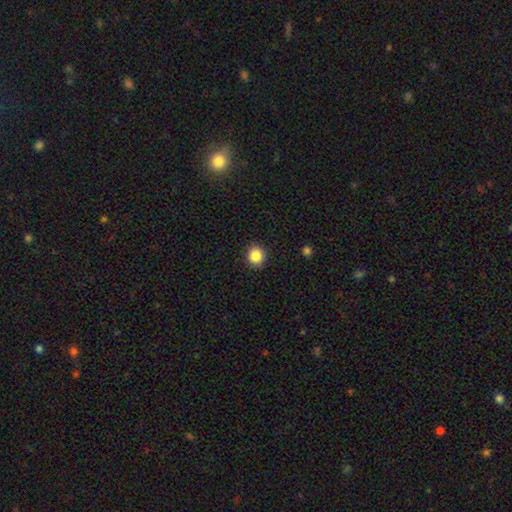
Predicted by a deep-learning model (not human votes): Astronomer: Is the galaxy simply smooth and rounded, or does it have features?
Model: smooth — 86%.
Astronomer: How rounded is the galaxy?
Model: round — 84%.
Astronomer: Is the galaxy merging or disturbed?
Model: none — 91%.